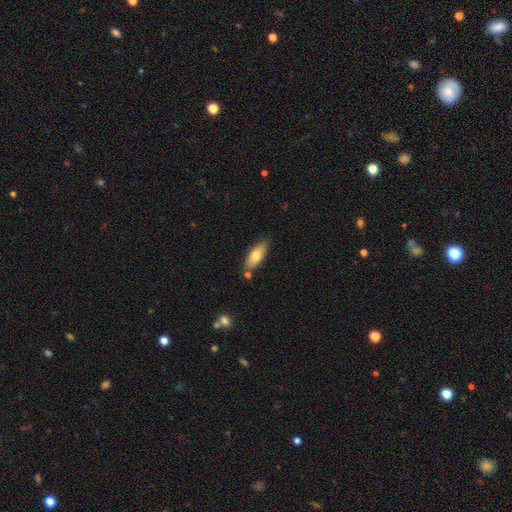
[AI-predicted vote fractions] Smooth or featured? Predicted: smooth (p=0.76). How rounded? Predicted: in between (p=0.77). Merging? Predicted: none (p=0.76).